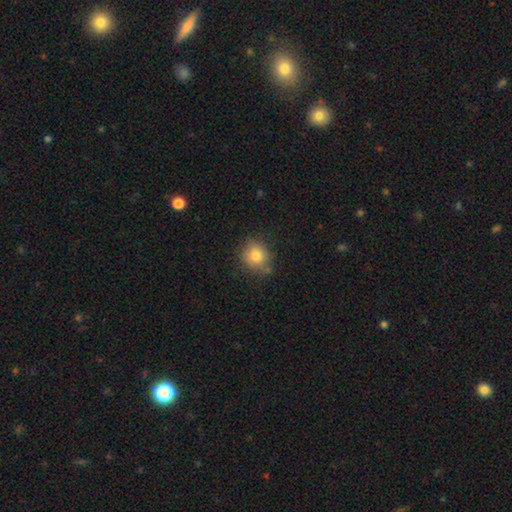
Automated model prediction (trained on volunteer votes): This appears to be a smooth galaxy with no disk features (79%) that is round (73%). Merging: none (73%).